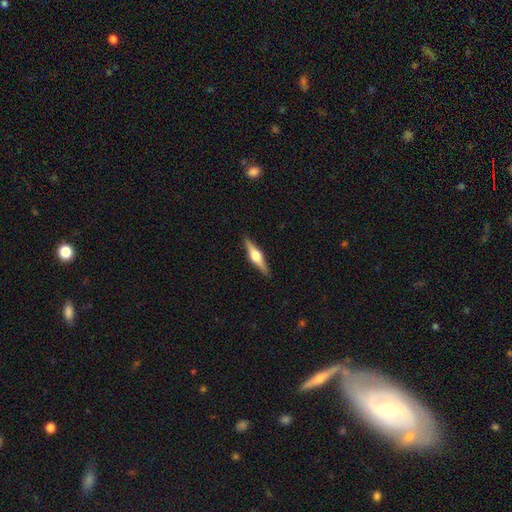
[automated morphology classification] Smooth or featured? featured or disk (71%)
Edge-on disk? yes (98%)
Edge-on bulge? rounded (94%)
Merging? none (91%)